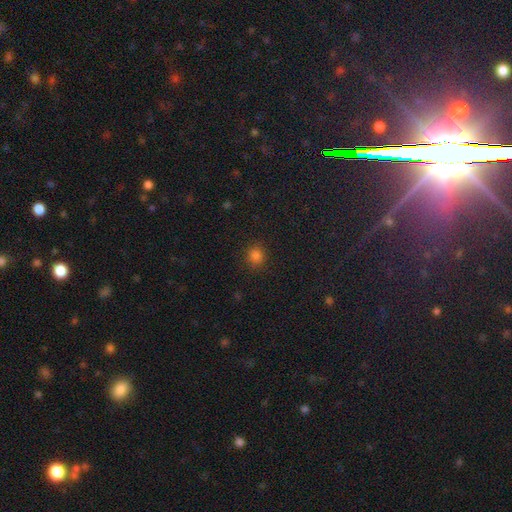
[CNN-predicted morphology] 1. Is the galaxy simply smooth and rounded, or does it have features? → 81% smooth, 15% star or artifact, 4% featured or disk.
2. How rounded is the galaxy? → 83% round, 16% in between, 1% cigar-shaped.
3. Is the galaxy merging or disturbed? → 87% none, 8% minor disturbance, 3% major disturbance, 1% merger.